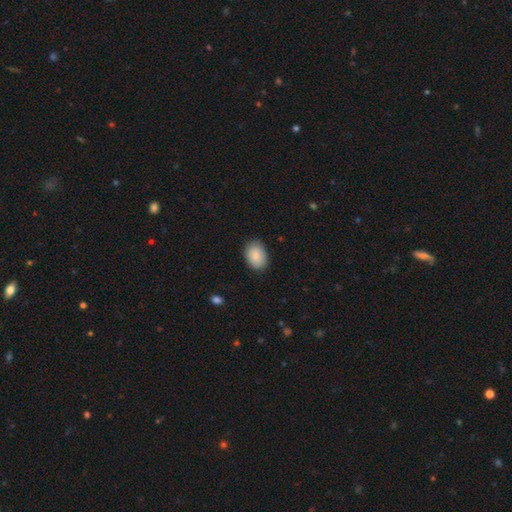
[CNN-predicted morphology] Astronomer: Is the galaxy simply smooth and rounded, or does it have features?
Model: smooth — 89%.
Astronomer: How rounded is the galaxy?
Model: in between — 77%.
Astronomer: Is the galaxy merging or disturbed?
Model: none — 85%.